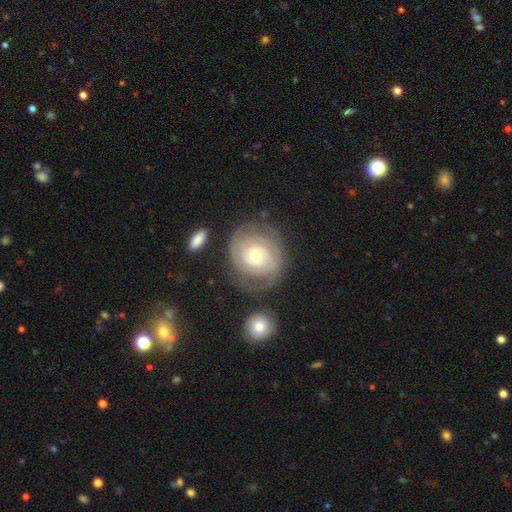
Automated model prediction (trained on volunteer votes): Overall: featured or disk (81%). Edge-on disk: no (97%). Bar: no (70%). Spiral arms: yes (93%). Spiral arm count: 2 (46%; can't tell 28%). Spiral winding: tight (78%). Bulge size: moderate (54%; small 39%). Merging: none (74%).